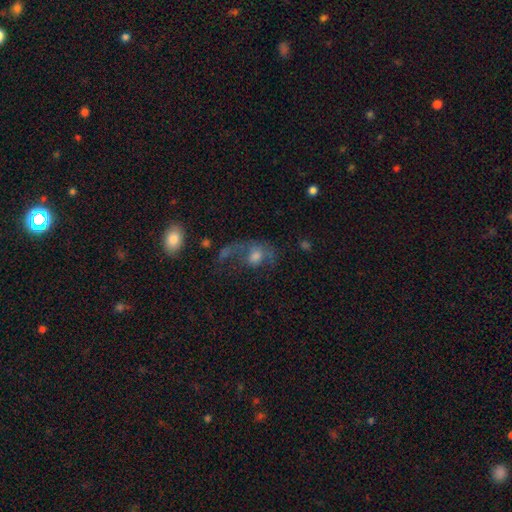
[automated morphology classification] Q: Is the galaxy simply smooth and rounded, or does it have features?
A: featured or disk — 47%.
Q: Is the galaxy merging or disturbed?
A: major disturbance — 53%.